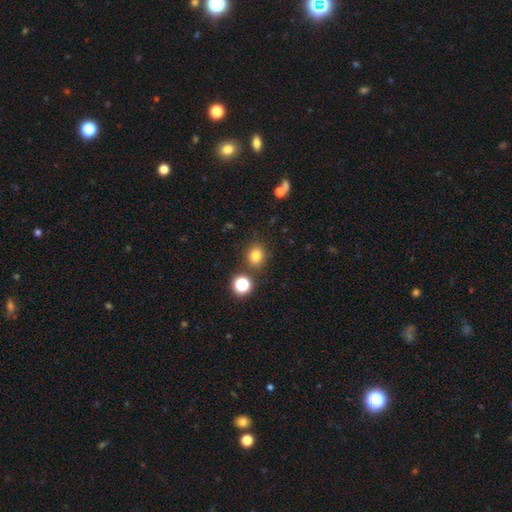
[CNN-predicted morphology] Smooth or featured: smooth — 78% (star or artifact — 15%)
How rounded: round — 75% (in between — 24%)
Merging: none — 82% (minor disturbance — 9%)